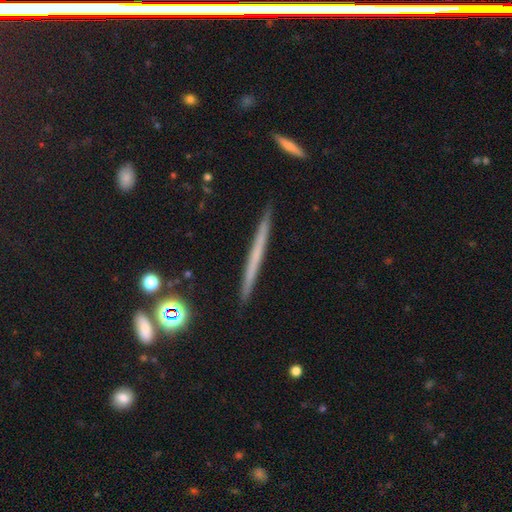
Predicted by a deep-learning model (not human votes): Q: Smooth or featured?
A: featured or disk (49%); runner-up: smooth (40%)
Q: Merging?
A: none (90%); runner-up: minor disturbance (7%)